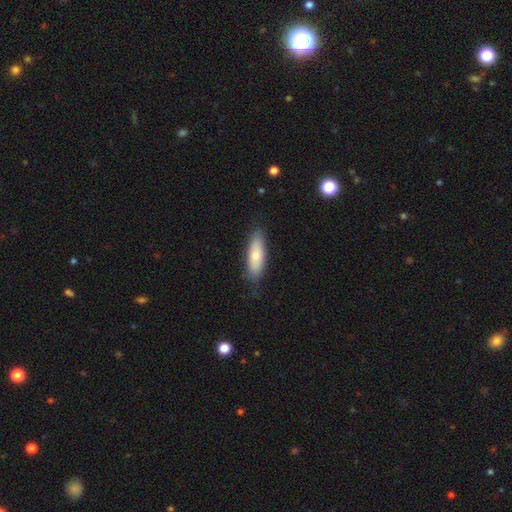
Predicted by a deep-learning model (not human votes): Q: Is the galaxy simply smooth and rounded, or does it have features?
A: smooth — 73%.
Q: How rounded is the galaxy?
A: in between — 60%.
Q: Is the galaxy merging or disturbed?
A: none — 80%.